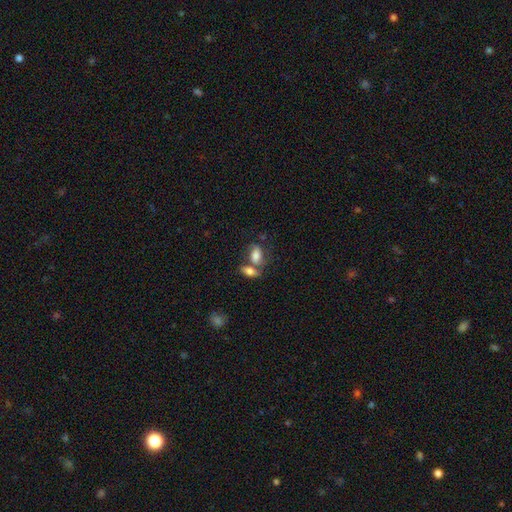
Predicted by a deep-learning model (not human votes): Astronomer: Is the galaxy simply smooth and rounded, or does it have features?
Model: smooth — 73%.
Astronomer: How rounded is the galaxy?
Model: in between — 88%.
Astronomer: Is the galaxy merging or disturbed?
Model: merger — 46% (runner-up: none, 35%).